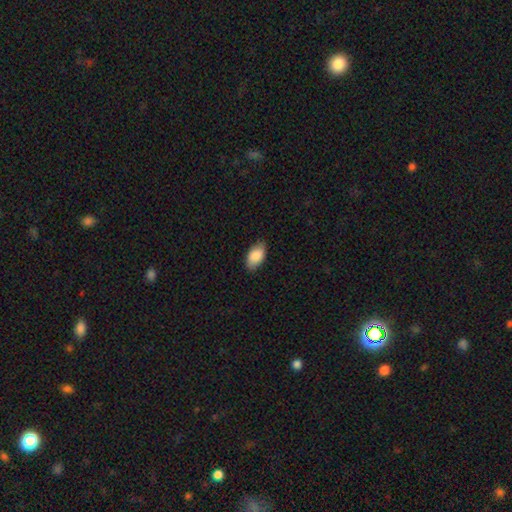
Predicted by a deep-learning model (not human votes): Smooth or featured? Predicted: smooth (p=0.87). How rounded? Predicted: in between (p=0.95). Merging? Predicted: none (p=0.83).